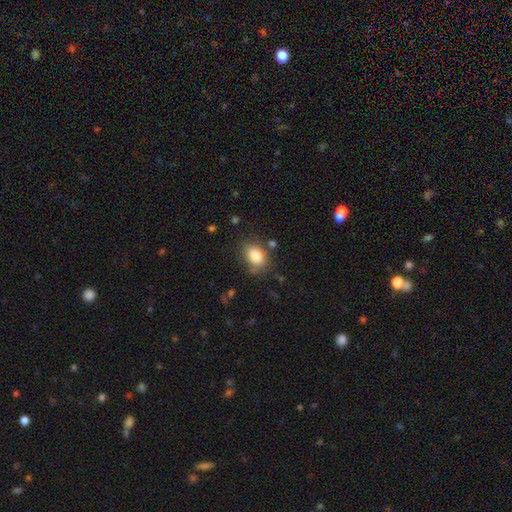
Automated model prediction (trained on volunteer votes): smooth 83%, star or artifact 9%, featured or disk 8%. Down the decision tree: how rounded — in between (82%); merging — none (73%).